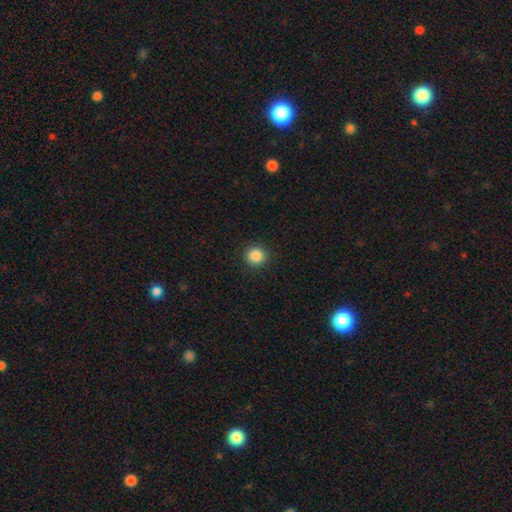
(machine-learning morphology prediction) Smooth or featured? smooth (87%)
How rounded? round (93%)
Merging? none (91%)